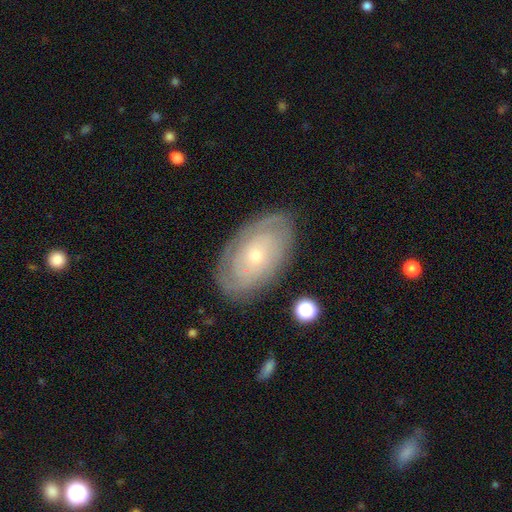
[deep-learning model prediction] This is likely a featured or disk galaxy (75%). It is clearly not viewed edge-on (95%). Bar: clearly no (84%). Spiral arm pattern: clearly yes (85%). Spiral arm count: possibly can't tell (49%). Spiral winding: likely tight (78%). Central bulge: likely small (74%). Merging: clearly none (82%).